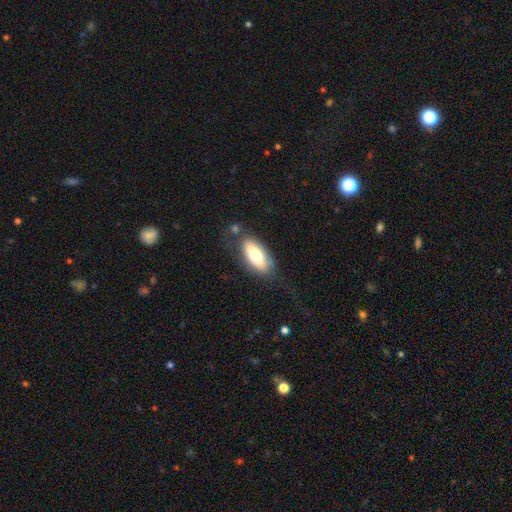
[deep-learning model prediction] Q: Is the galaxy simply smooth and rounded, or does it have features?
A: smooth — 67%.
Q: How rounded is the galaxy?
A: in between — 86%.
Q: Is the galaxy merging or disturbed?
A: none — 67%.